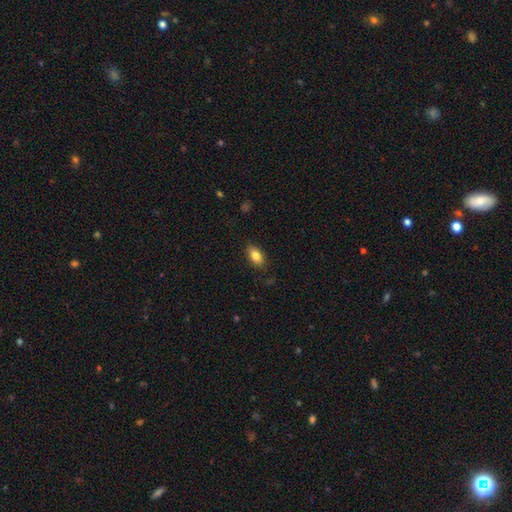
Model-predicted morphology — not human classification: smooth 83%, featured or disk 9%, star or artifact 8%. Down the decision tree: how rounded — in between (89%); merging — none (85%).